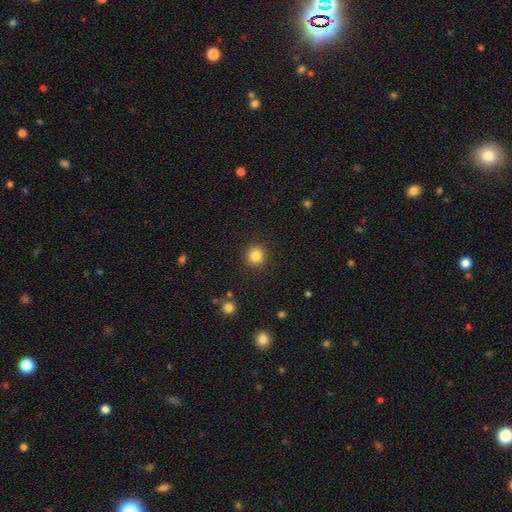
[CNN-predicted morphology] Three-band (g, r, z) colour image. It shows a smooth galaxy with no disk features (83%) that is round (94%). Merging: none (91%).